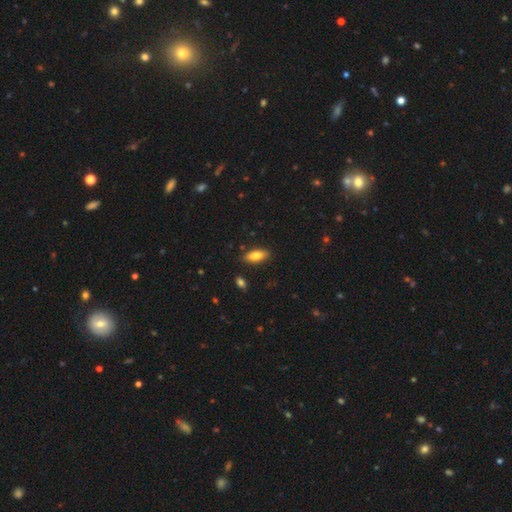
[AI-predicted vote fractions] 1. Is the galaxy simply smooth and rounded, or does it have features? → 79% smooth, 14% featured or disk, 7% star or artifact.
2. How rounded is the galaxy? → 75% in between, 23% cigar-shaped, 2% round.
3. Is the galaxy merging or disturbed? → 86% none, 10% minor disturbance, 2% major disturbance, 2% merger.